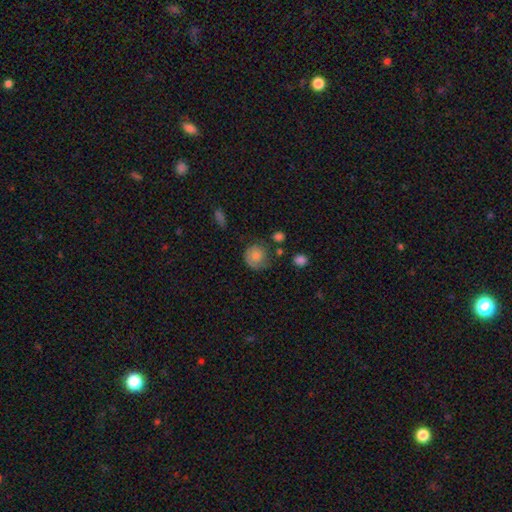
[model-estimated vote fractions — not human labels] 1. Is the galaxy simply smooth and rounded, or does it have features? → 68% smooth, 23% featured or disk, 9% star or artifact.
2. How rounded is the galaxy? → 84% round, 15% in between, 1% cigar-shaped.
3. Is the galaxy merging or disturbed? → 58% none, 26% minor disturbance, 12% major disturbance, 4% merger.